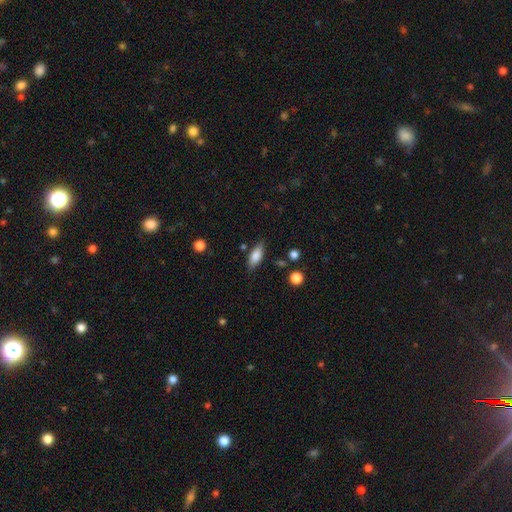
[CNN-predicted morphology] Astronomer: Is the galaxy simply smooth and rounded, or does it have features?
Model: smooth — 80%.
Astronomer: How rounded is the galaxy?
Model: in between — 77%.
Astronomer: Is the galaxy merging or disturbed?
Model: none — 81%.